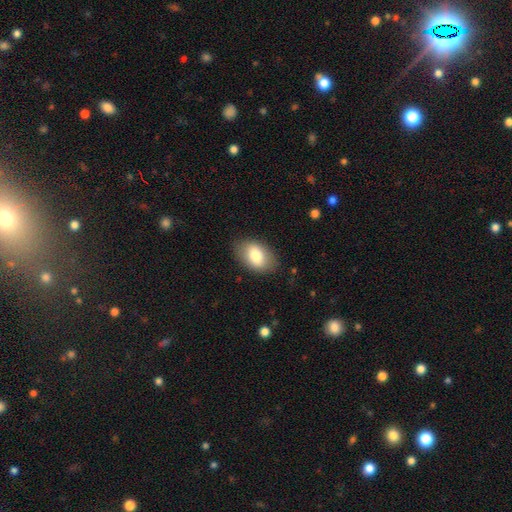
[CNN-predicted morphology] A smooth galaxy with no disk features (78%) that is in between round and cigar-shaped (89%).

Vote fractions:
- Smooth or featured? smooth: 78% / featured or disk: 15% / star or artifact: 7%
- How rounded? in between: 89% / round: 10% / cigar-shaped: 1%
- Merging? none: 83% / minor disturbance: 13% / major disturbance: 3% / merger: 1%